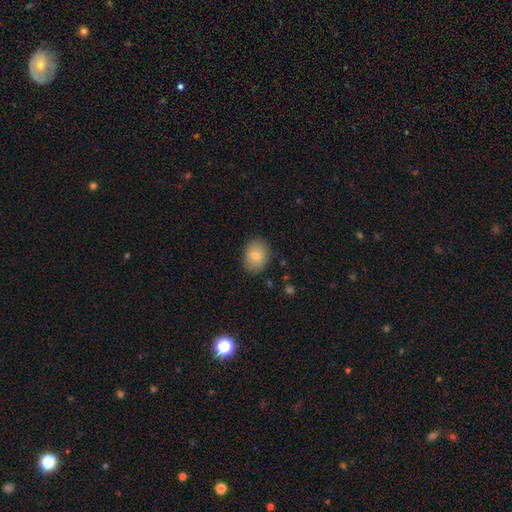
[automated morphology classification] type=smooth (76%); roundness=in between (64%); merging=none (85%).